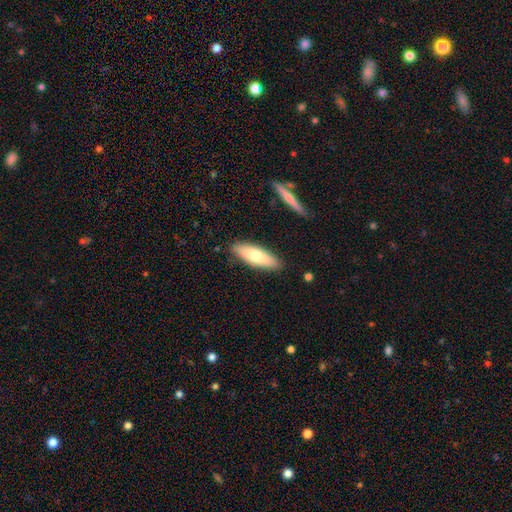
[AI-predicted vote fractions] A smooth galaxy with no disk features (71%) that is in between round and cigar-shaped (60%). Merging: none (86%).